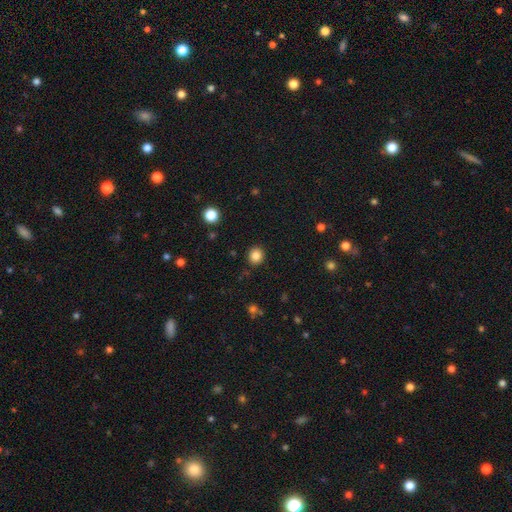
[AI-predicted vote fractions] smooth-or-featured: smooth: 85% | star or artifact: 11% | featured or disk: 4%
  how-rounded: round: 84% | in between: 15% | cigar-shaped: 1%
  merging: none: 90% | minor disturbance: 6% | major disturbance: 2% | merger: 1%